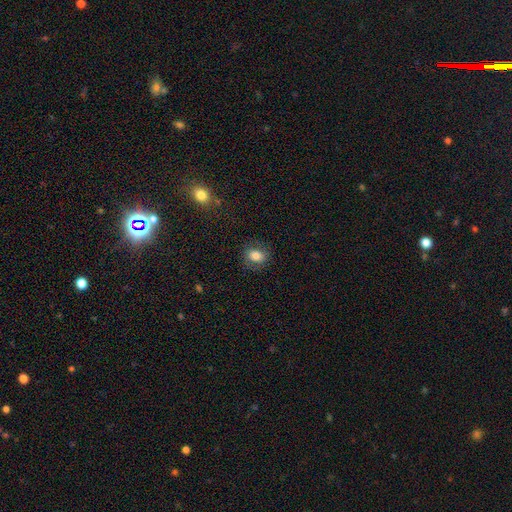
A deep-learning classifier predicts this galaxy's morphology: The model was most divided on "how rounded": in between: 55%, round: 43%, cigar-shaped: 1%. More confident: merging — none (78%); smooth or featured — smooth (77%).